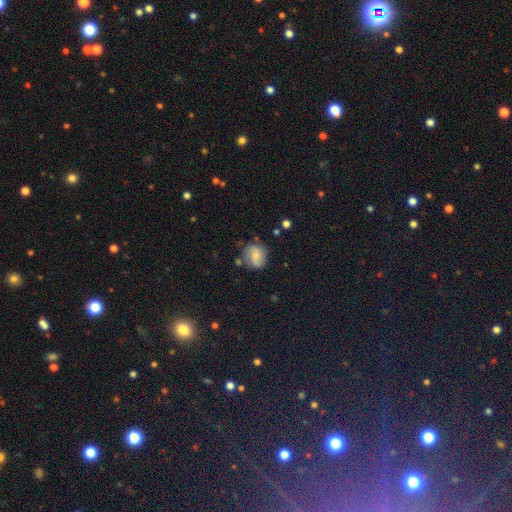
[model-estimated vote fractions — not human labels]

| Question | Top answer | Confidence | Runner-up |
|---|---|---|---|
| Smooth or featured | smooth | 52% | featured or disk (38%) |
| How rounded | round | 72% | in between (26%) |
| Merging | none | 68% | minor disturbance (21%) |